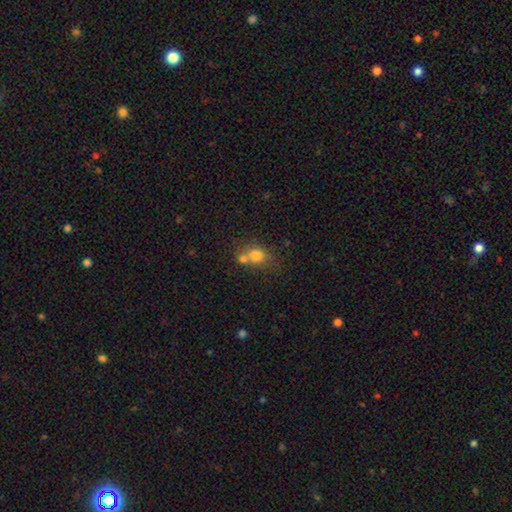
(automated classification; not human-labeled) Smooth or featured?
  - smooth: 76% *
  - featured or disk: 13%
  - star or artifact: 11%
How rounded?
  - round: 64% *
  - in between: 35%
  - cigar-shaped: 1%
Merging?
  - merger: 45% *
  - none: 39%
  - minor disturbance: 11%
  - major disturbance: 5%